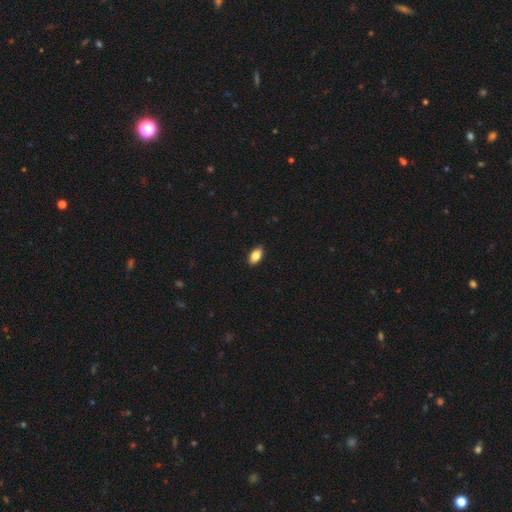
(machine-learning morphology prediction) smooth-or-featured: smooth: 85% | featured or disk: 8% | star or artifact: 8%
  how-rounded: in between: 92% | round: 6% | cigar-shaped: 3%
  merging: none: 90% | minor disturbance: 8% | major disturbance: 2% | merger: 1%